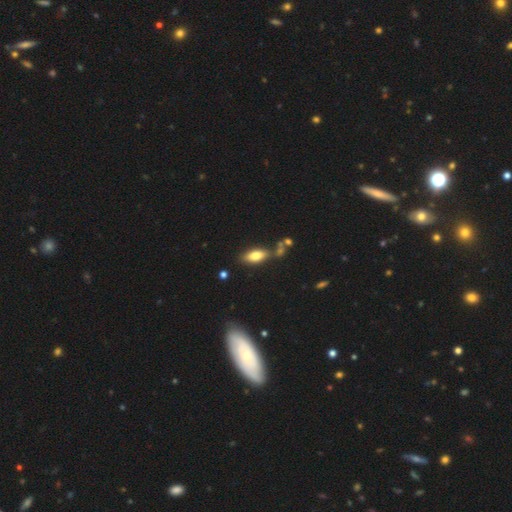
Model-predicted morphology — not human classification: A smooth galaxy with no disk features (77%) that is in between round and cigar-shaped (82%).

Vote fractions:
- Smooth or featured? smooth: 77% / featured or disk: 15% / star or artifact: 8%
- How rounded? in between: 82% / cigar-shaped: 15% / round: 3%
- Merging? none: 71% / minor disturbance: 15% / merger: 10% / major disturbance: 4%